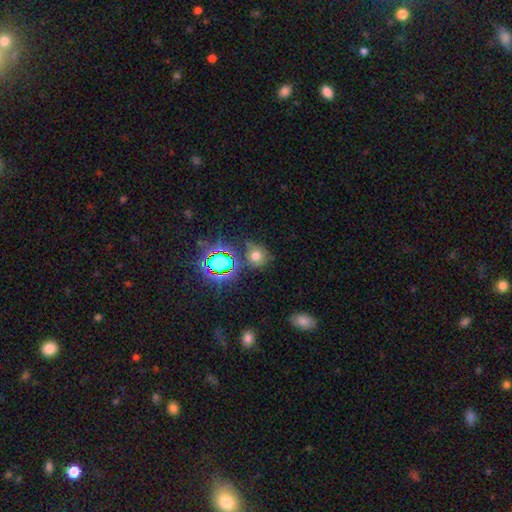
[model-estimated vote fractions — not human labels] A smooth galaxy with no disk features (58%) that is round (79%). Merging: none (69%).